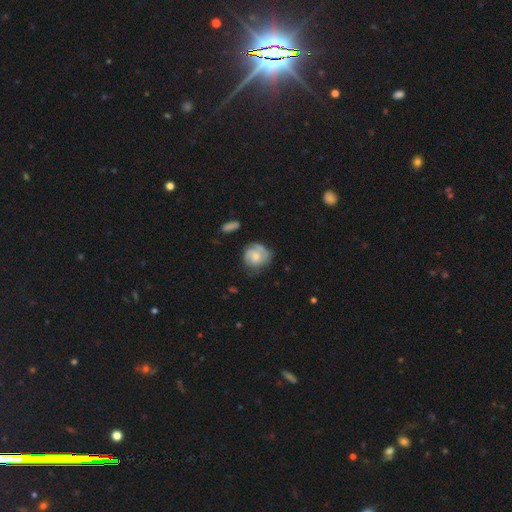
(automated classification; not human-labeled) Smooth or featured? featured or disk (62%)
Edge-on disk? no (97%)
Bar? no (71%)
Spiral arms? yes (87%)
Spiral winding? tight (56%)
Spiral arm count? 2 (45%)
Bulge size? moderate (43%)
Merging? none (61%)